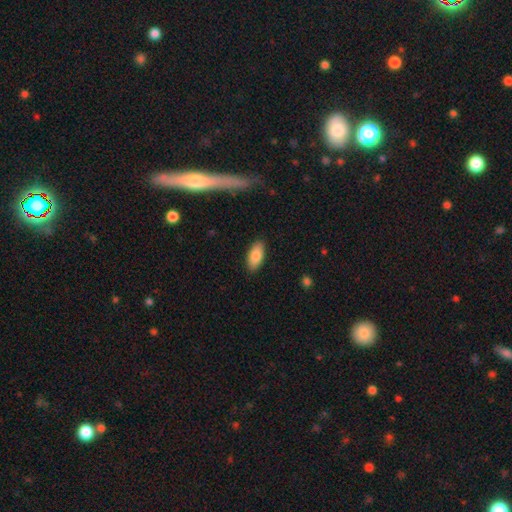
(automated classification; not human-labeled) Smooth or featured: smooth — 84% (featured or disk — 10%)
How rounded: in between — 88% (cigar-shaped — 10%)
Merging: none — 88% (minor disturbance — 9%)